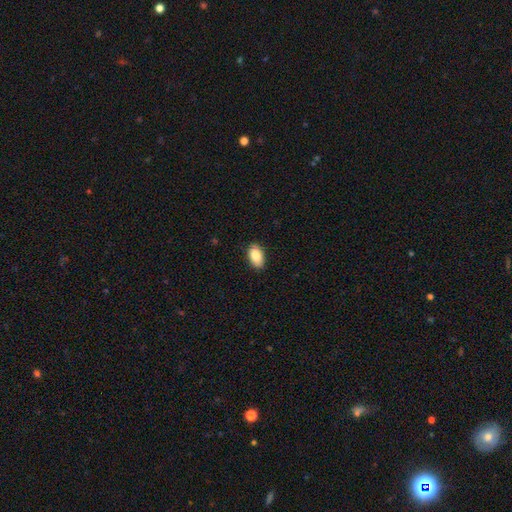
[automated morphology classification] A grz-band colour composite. It shows a smooth galaxy with no disk features (86%) that is in between round and cigar-shaped (93%). Merging: none (88%).